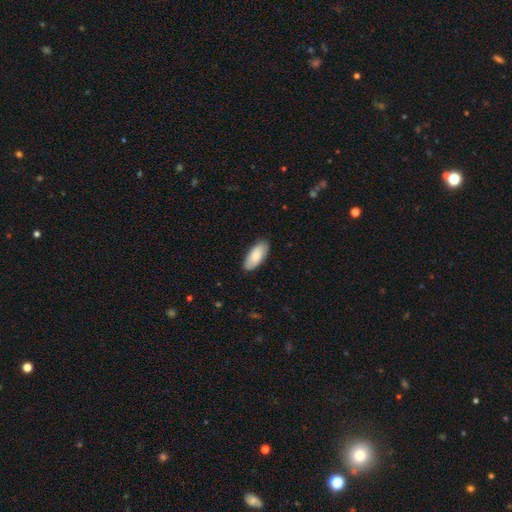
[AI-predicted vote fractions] Morphology: type=smooth (83%); roundness=in between (87%); merging=none (86%).